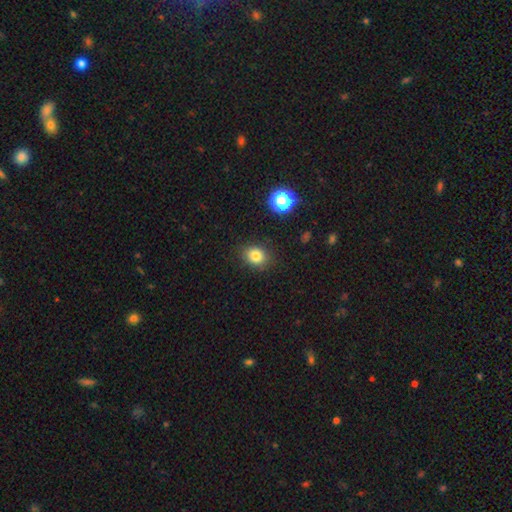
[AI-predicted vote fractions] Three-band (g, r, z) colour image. It shows a smooth galaxy with no disk features (82%) that is round (57%). Merging: none (87%).